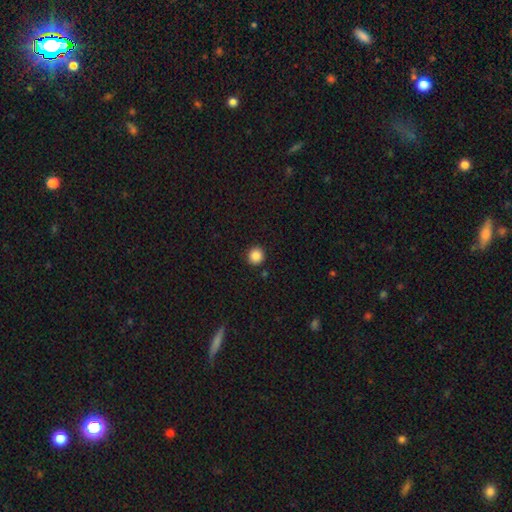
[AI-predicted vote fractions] Q: Smooth or featured?
A: smooth (87%); runner-up: star or artifact (10%)
Q: How rounded?
A: round (92%); runner-up: in between (7%)
Q: Merging?
A: none (91%); runner-up: minor disturbance (6%)